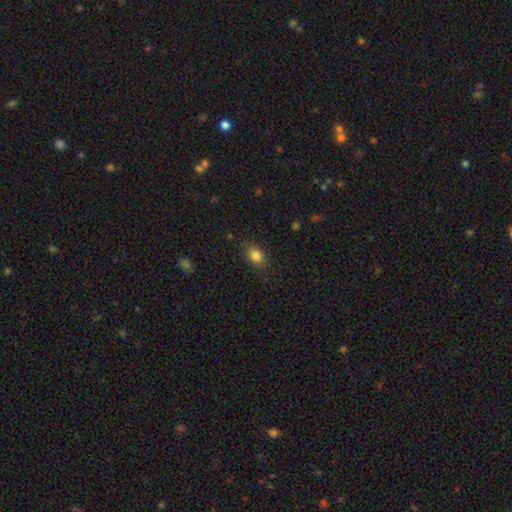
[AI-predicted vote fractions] smooth-or-featured: smooth: 84% | star or artifact: 9% | featured or disk: 7%
  how-rounded: in between: 76% | round: 23% | cigar-shaped: 1%
  merging: none: 84% | minor disturbance: 12% | major disturbance: 3% | merger: 1%